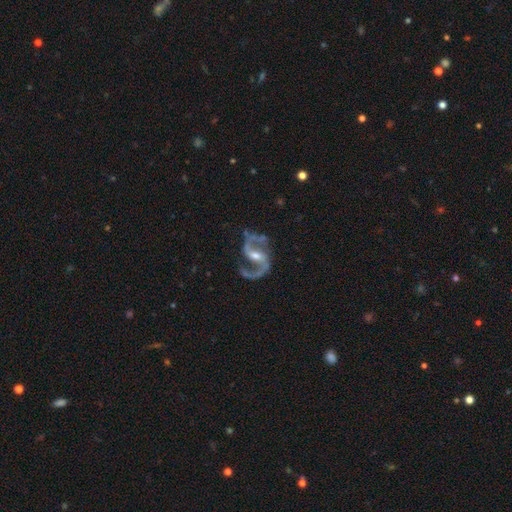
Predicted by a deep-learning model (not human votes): A featured or disk galaxy (93%) with a weak bar (44%), 2 (93%) medium (52%) spiral arms (98%) and a moderate central bulge (55%).

Vote fractions:
- Smooth or featured? featured or disk: 93% / star or artifact: 4% / smooth: 3%
- Edge-on disk? no: 98% / yes: 2%
- Bar? weak: 44% / strong: 38% / no: 18%
- Spiral arms? yes: 98% / no: 2%
- Spiral winding? medium: 52% / loose: 40% / tight: 8%
- Spiral arm count? 2: 93% / 1: 2% / can't tell: 1% / 3: 1% / 4: 1% / more than 4: 1%
- Bulge size? moderate: 55% / small: 39% / large: 3% / none: 2% / dominant: 1%
- Merging? none: 73% / minor disturbance: 15% / major disturbance: 9% / merger: 3%